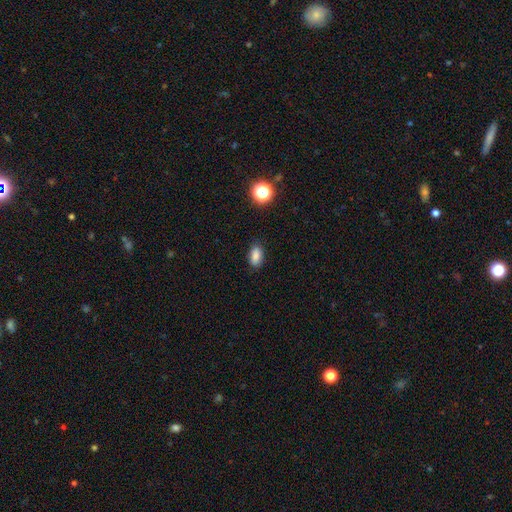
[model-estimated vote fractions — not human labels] Q: Smooth or featured?
A: smooth (84%); runner-up: star or artifact (11%)
Q: How rounded?
A: in between (88%); runner-up: round (7%)
Q: Merging?
A: none (86%); runner-up: minor disturbance (11%)